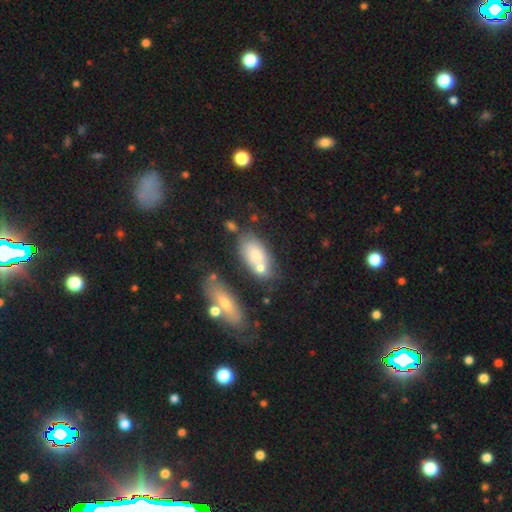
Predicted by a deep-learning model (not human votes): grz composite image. It shows a smooth galaxy with no disk features (74%) that is in between round and cigar-shaped (88%). Merging: none (47%).